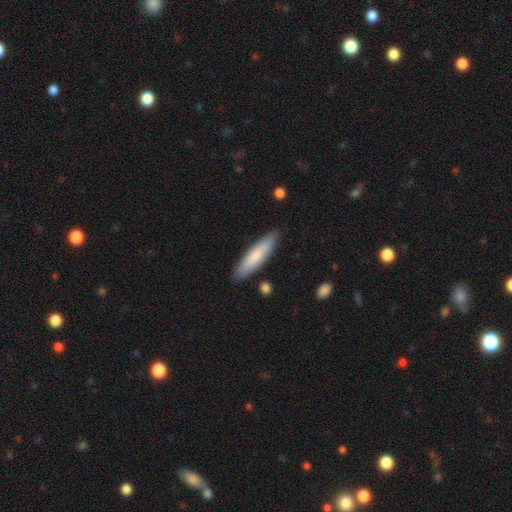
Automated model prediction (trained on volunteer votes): Q: Smooth or featured?
A: smooth (78%); runner-up: featured or disk (17%)
Q: How rounded?
A: cigar-shaped (75%); runner-up: in between (24%)
Q: Merging?
A: none (86%); runner-up: minor disturbance (10%)